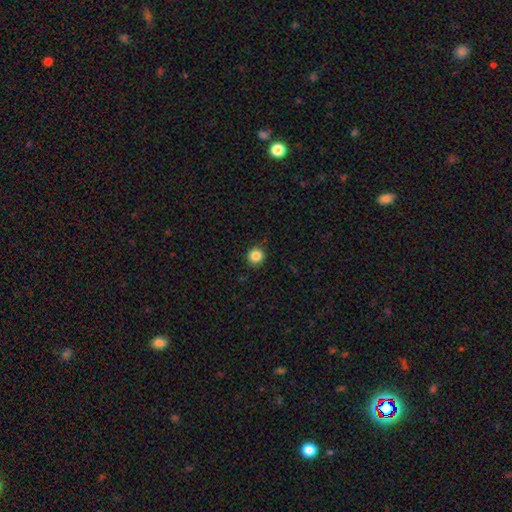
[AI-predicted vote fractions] A smooth galaxy with no disk features (86%) that is round (91%). Merging: none (90%).